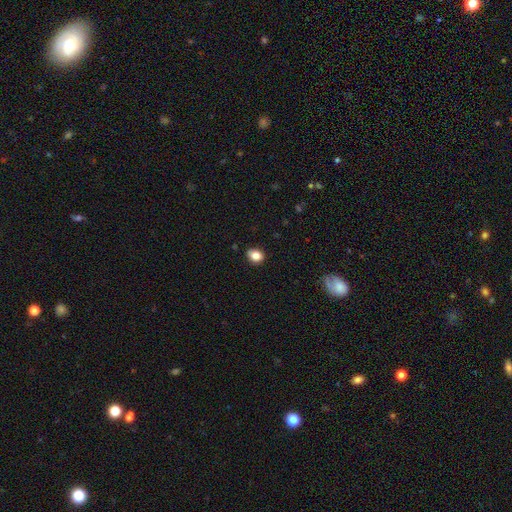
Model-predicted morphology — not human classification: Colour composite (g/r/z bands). It shows a smooth galaxy with no disk features (83%) that is round (53%). Merging: none (82%).